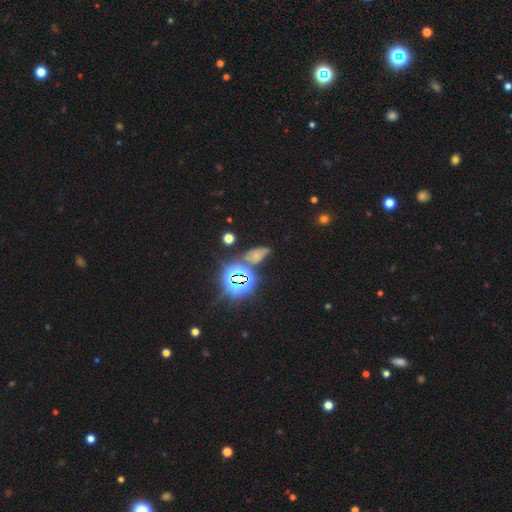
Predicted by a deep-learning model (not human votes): Smooth or featured? star or artifact (46%)